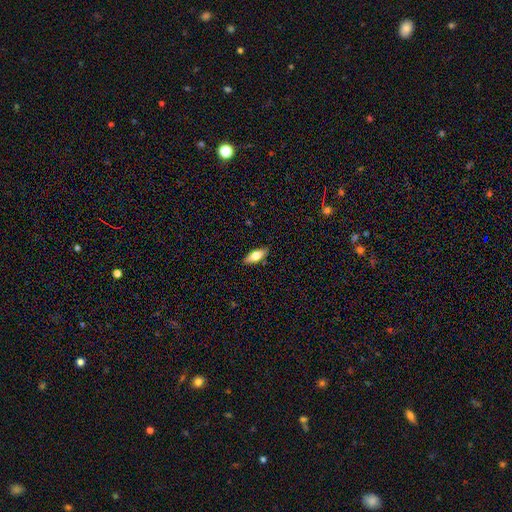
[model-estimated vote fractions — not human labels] A smooth galaxy with no disk features (69%) that is in between round and cigar-shaped (76%). Merging: none (86%).